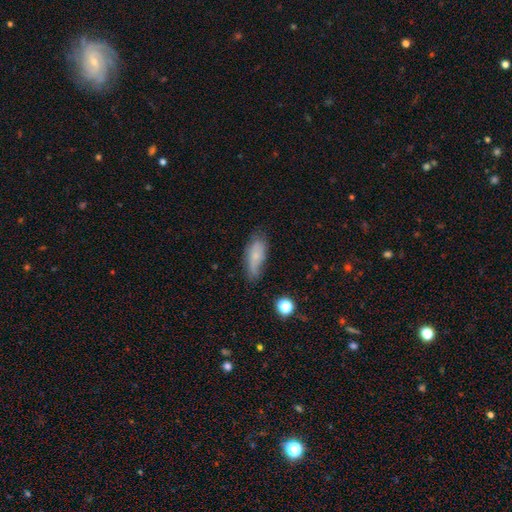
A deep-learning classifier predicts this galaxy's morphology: Q: Smooth or featured?
A: smooth (68%); runner-up: featured or disk (24%)
Q: How rounded?
A: in between (76%); runner-up: cigar-shaped (21%)
Q: Merging?
A: none (62%); runner-up: minor disturbance (28%)